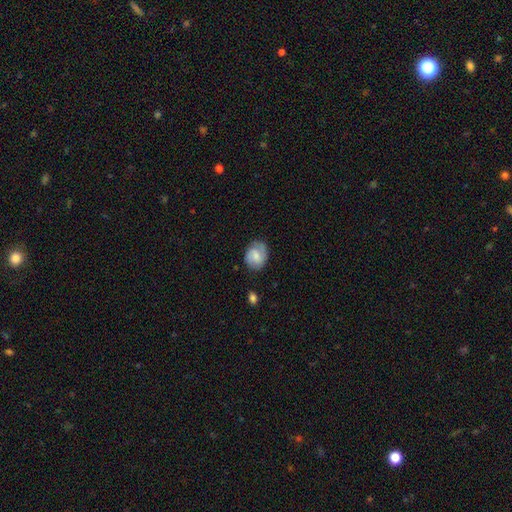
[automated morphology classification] This is possibly a smooth galaxy (48%). Merging: likely none (71%).